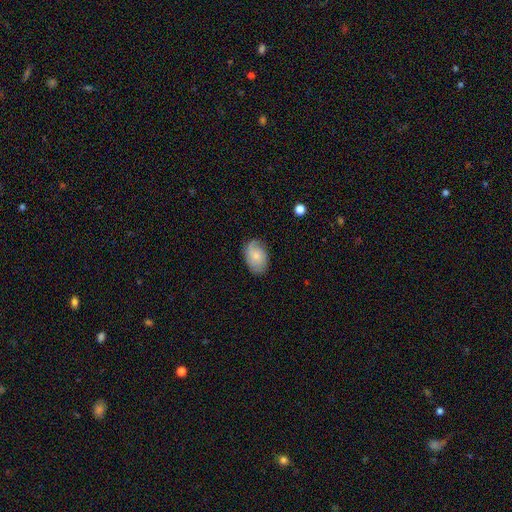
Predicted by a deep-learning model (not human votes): A smooth galaxy with no disk features (58%) that is in between round and cigar-shaped (84%).

Vote fractions:
- Smooth or featured? smooth: 58% / featured or disk: 35% / star or artifact: 7%
- How rounded? in between: 84% / round: 15% / cigar-shaped: 1%
- Merging? none: 75% / minor disturbance: 19% / major disturbance: 5% / merger: 1%